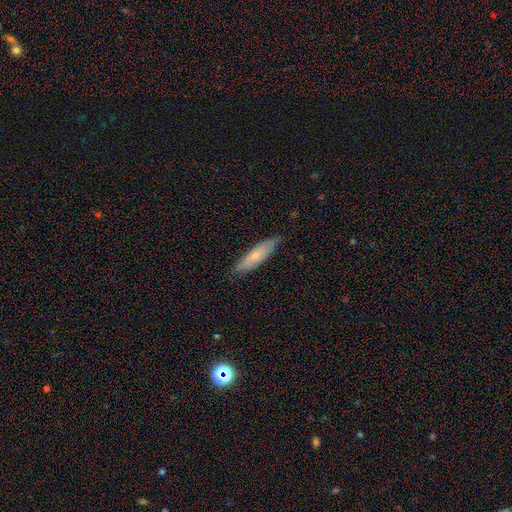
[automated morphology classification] A smooth galaxy with no disk features (60%) that is cigar-shaped (72%). Merging: none (84%).